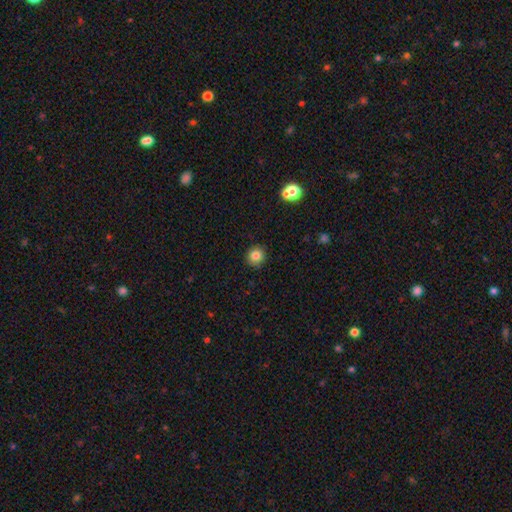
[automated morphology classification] smooth 83%, star or artifact 11%, featured or disk 6%. Down the decision tree: how rounded — round (90%); merging — none (90%).